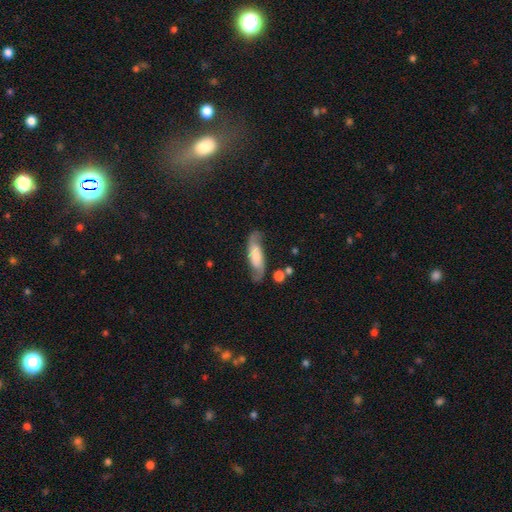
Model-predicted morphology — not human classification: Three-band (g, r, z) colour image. It shows a featured or disk galaxy (65%) with no bar (54%), 2 (89%) loose (54%) spiral arms (93%) and a moderate central bulge (28%, tied with small). Merging: none (70%).